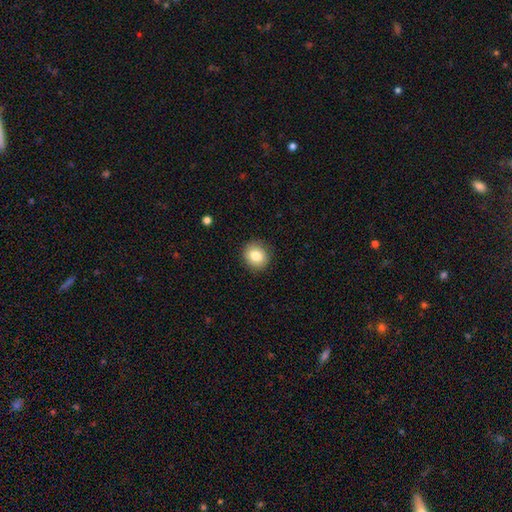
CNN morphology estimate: This appears to be a smooth galaxy with no disk features (82%) that is round (81%). Merging: none (90%).